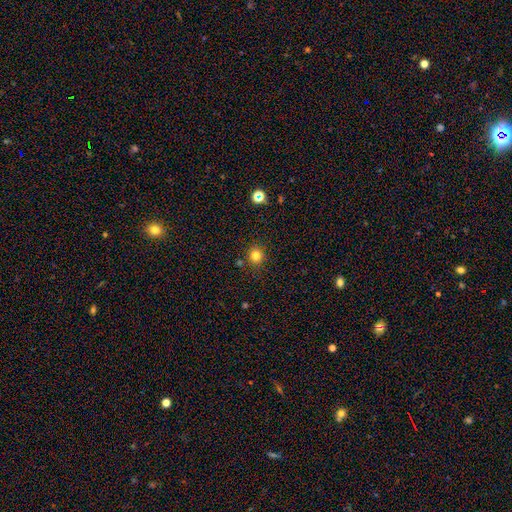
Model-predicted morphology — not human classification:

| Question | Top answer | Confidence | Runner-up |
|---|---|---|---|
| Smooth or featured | smooth | 80% | star or artifact (15%) |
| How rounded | round | 90% | in between (9%) |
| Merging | none | 86% | minor disturbance (8%) |